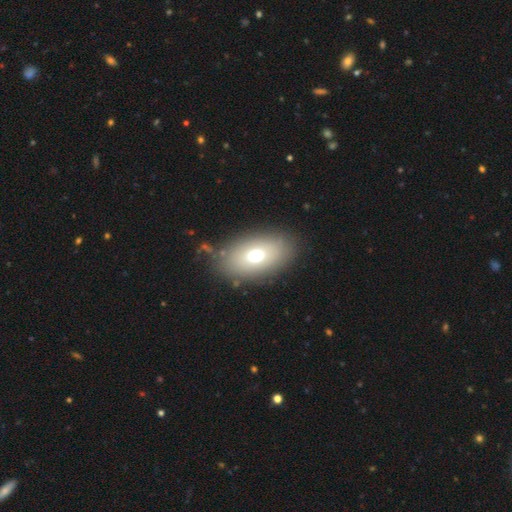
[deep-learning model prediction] Morphology: type=smooth (69%); roundness=in between (89%); merging=none (82%).